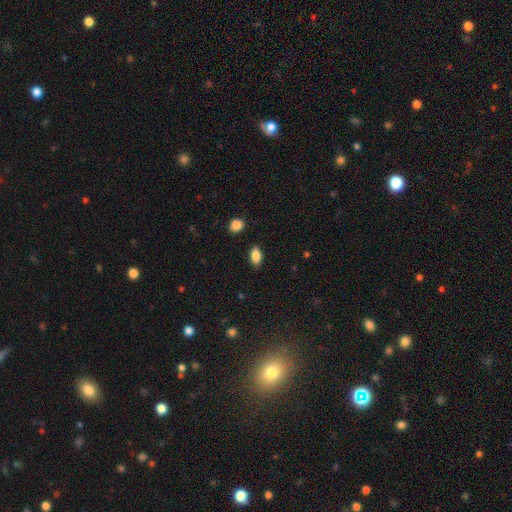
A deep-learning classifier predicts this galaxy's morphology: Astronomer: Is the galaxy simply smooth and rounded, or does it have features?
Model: smooth — 86%.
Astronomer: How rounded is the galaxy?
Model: in between — 90%.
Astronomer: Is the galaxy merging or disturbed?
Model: none — 86%.